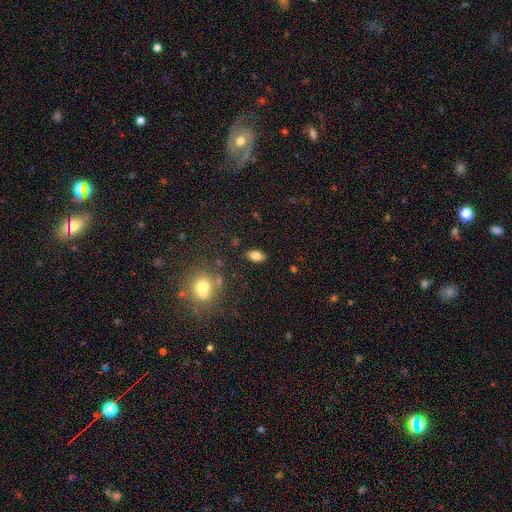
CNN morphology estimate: Overall: smooth (80%). How rounded: in between (90%). Merging: none (85%).